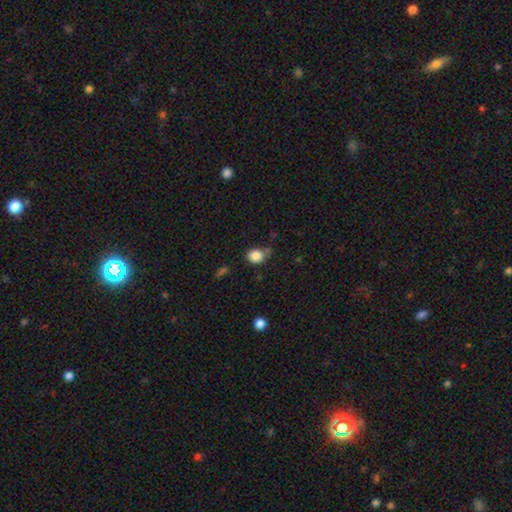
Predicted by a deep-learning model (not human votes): This is clearly a smooth galaxy (86%). How rounded: possibly round (60%). Merging: likely none (70%).